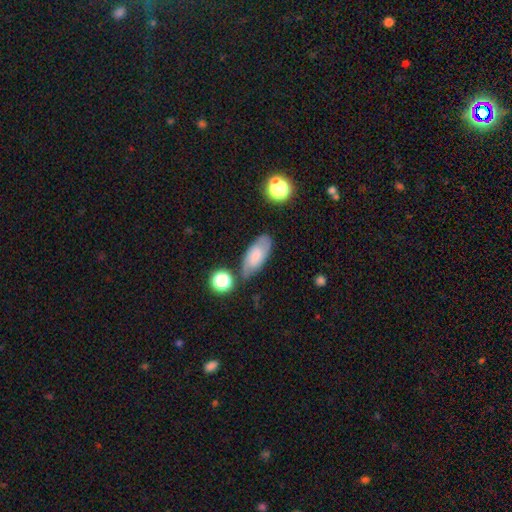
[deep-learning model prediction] Smooth or featured: smooth — 65% (featured or disk — 26%)
How rounded: in between — 84% (cigar-shaped — 12%)
Merging: none — 68% (minor disturbance — 19%)